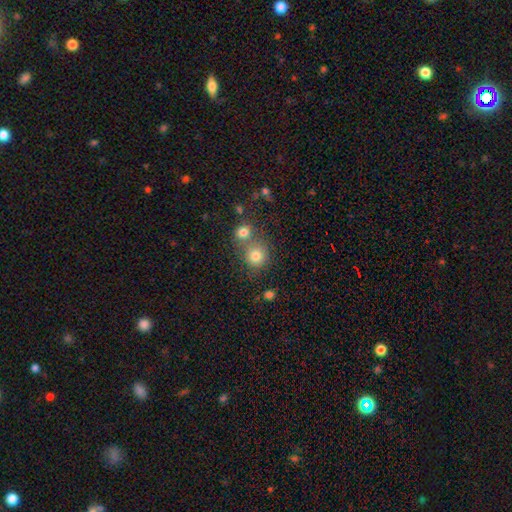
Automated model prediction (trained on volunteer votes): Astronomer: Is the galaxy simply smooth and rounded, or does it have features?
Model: smooth — 79%.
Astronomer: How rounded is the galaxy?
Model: round — 86%.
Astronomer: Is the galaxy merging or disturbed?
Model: none — 53% (runner-up: merger, 36%).